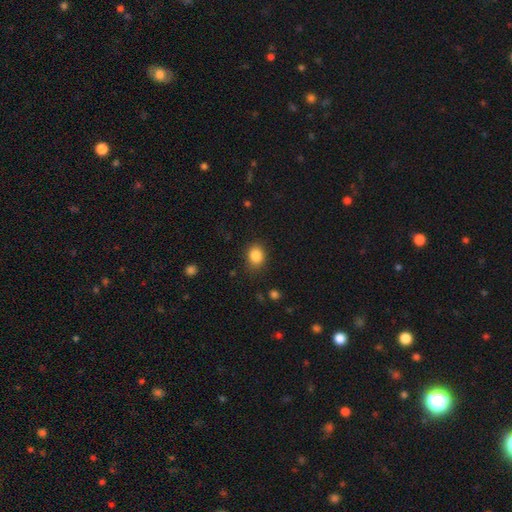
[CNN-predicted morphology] A smooth galaxy with no disk features (86%) that is round (54%). Merging: none (82%).